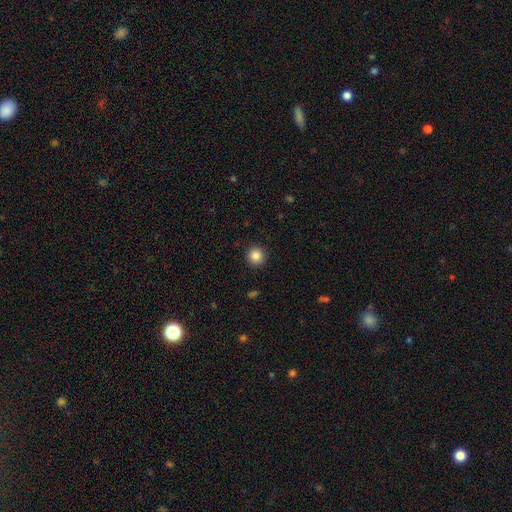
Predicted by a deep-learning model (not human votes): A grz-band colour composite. It shows a smooth galaxy with no disk features (85%) that is round (95%). Merging: none (93%).